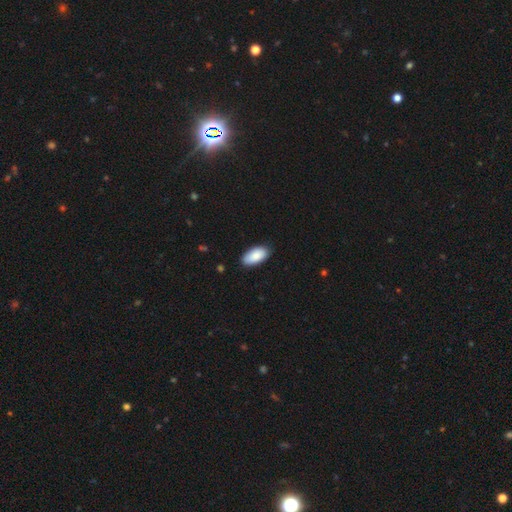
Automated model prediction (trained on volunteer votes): smooth_or_featured: smooth (p=0.87) [alt: featured or disk p=0.07]
how_rounded: in between (p=0.94) [alt: cigar-shaped p=0.03]
merging: none (p=0.85) [alt: minor disturbance p=0.12]